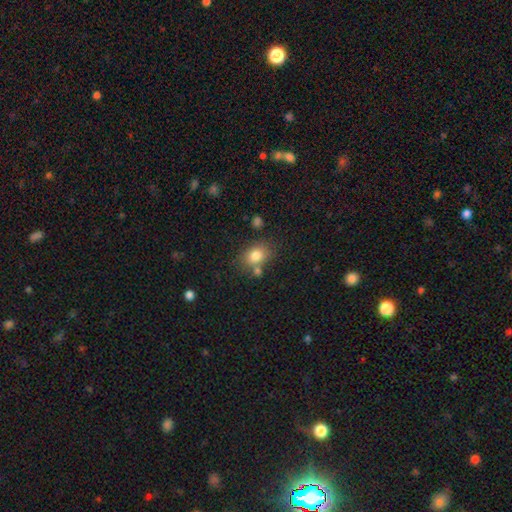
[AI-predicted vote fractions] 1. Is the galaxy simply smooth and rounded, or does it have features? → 80% smooth, 10% star or artifact, 10% featured or disk.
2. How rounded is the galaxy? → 64% in between, 35% round, 1% cigar-shaped.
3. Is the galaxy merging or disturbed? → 62% none, 17% minor disturbance, 16% merger, 5% major disturbance.